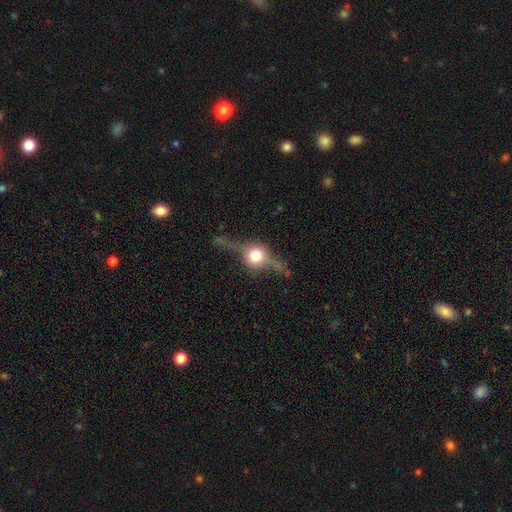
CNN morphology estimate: This is likely a featured or disk galaxy (67%). It is clearly viewed edge-on (89%). Edge-on bulge: clearly rounded (96%). Merging: likely none (69%).